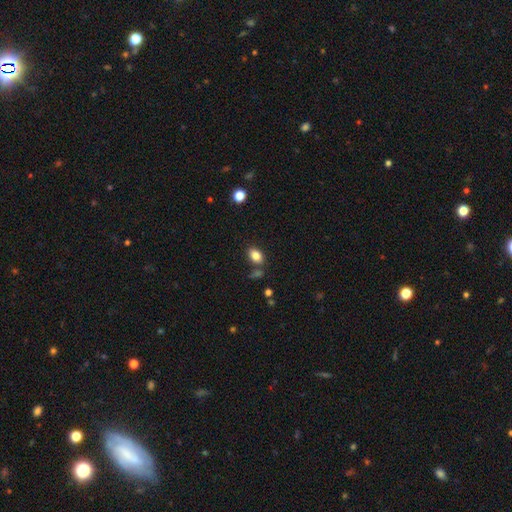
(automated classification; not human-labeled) smooth 83%, star or artifact 10%, featured or disk 7%. Down the decision tree: how rounded — in between (84%); merging — none (74%).